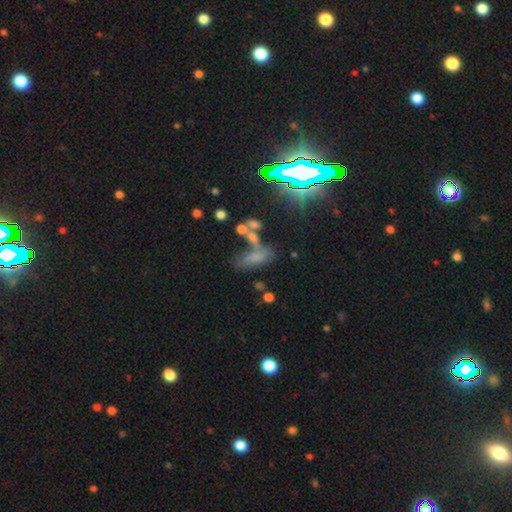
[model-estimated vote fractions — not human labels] Q: Smooth or featured?
A: smooth (51%); runner-up: star or artifact (26%)
Q: How rounded?
A: in between (61%); runner-up: cigar-shaped (32%)
Q: Merging?
A: none (34%); runner-up: merger (32%)